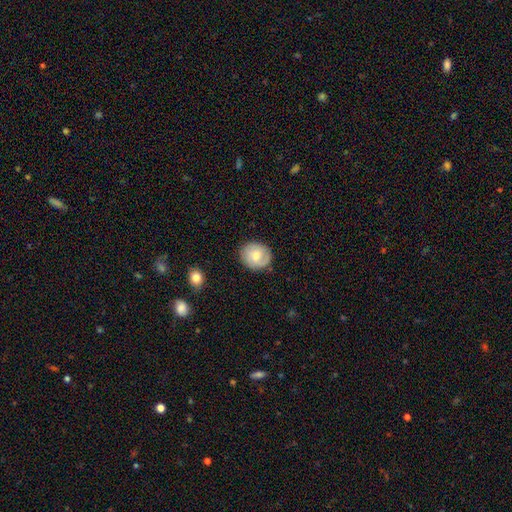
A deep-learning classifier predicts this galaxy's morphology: smooth_or_featured: smooth (p=0.56) [alt: featured or disk p=0.37]
how_rounded: round (p=0.77) [alt: in between p=0.22]
merging: none (p=0.82) [alt: minor disturbance p=0.13]